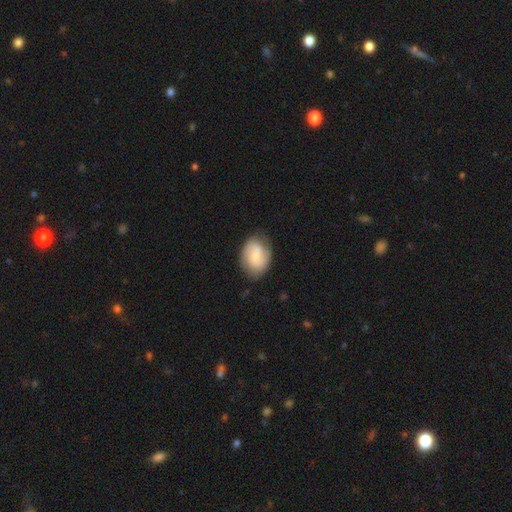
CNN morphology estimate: A smooth galaxy with no disk features (48%).

Vote fractions:
- Smooth or featured? smooth: 48% / featured or disk: 45% / star or artifact: 6%
- Merging? none: 76% / minor disturbance: 18% / major disturbance: 5% / merger: 1%